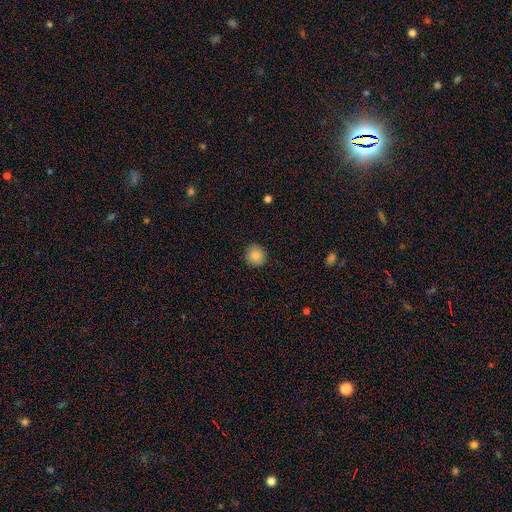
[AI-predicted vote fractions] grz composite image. It shows a smooth galaxy with no disk features (86%) that is round (90%). Merging: none (90%).